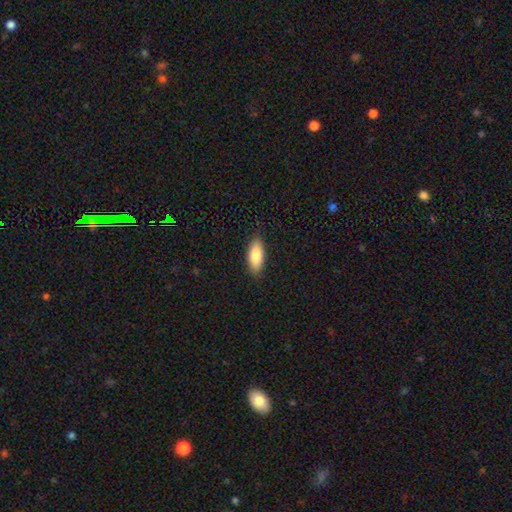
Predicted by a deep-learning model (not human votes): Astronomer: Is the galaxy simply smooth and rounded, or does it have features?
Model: smooth — 82%.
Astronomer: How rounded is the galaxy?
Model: in between — 82%.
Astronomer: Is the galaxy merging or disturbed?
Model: none — 87%.